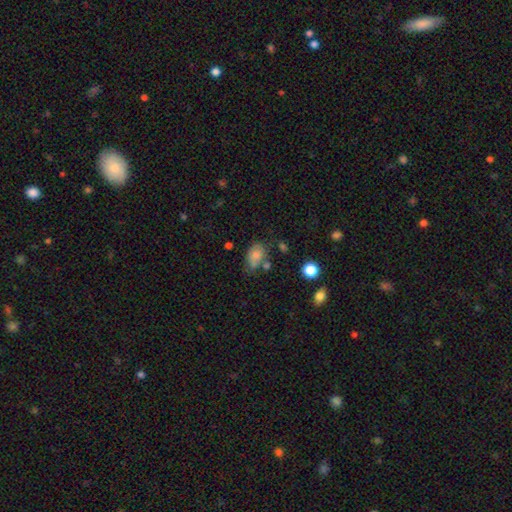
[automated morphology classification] smooth_or_featured: smooth (p=0.76) [alt: featured or disk p=0.14]
how_rounded: in between (p=0.80) [alt: round p=0.18]
merging: none (p=0.49) [alt: minor disturbance p=0.28]